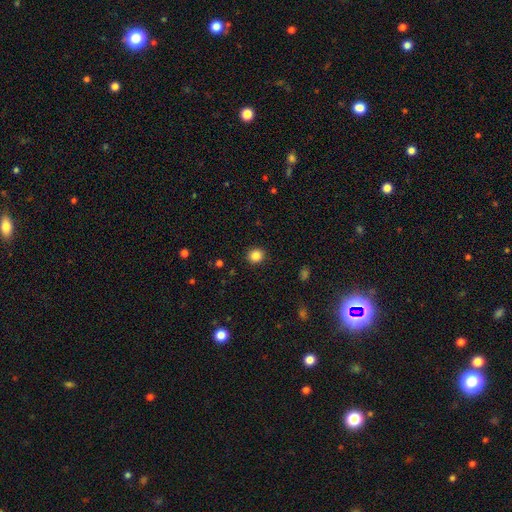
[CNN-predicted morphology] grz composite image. It shows a smooth galaxy with no disk features (85%) that is round (87%). Merging: none (91%).